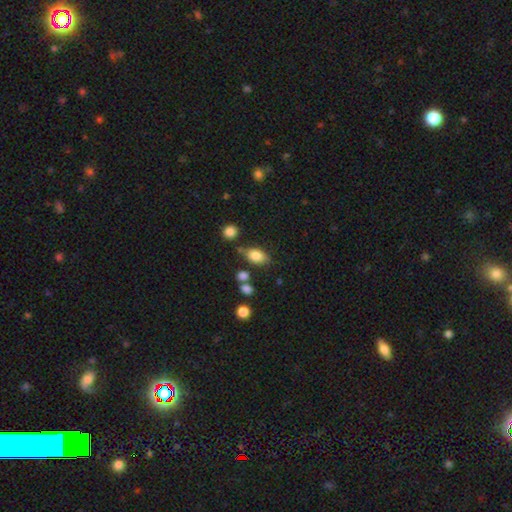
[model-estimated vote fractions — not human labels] Q: Smooth or featured?
A: smooth (81%); runner-up: featured or disk (10%)
Q: How rounded?
A: in between (85%); runner-up: round (12%)
Q: Merging?
A: none (71%); runner-up: minor disturbance (16%)